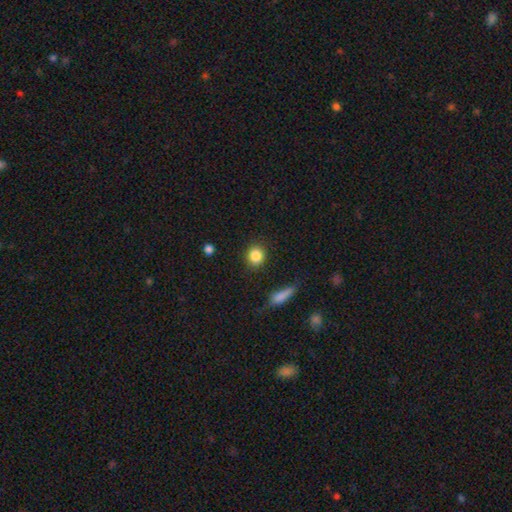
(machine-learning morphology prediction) smooth-or-featured: smooth: 85% | star or artifact: 9% | featured or disk: 5%
  how-rounded: round: 74% | in between: 25% | cigar-shaped: 2%
  merging: none: 87% | minor disturbance: 8% | major disturbance: 3% | merger: 2%